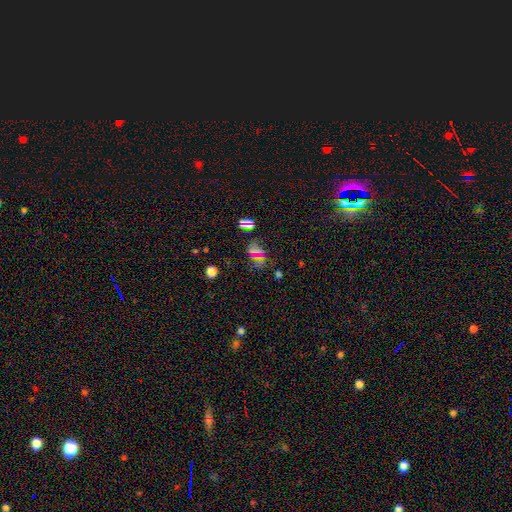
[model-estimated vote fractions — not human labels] Smooth or featured? star or artifact (53%)